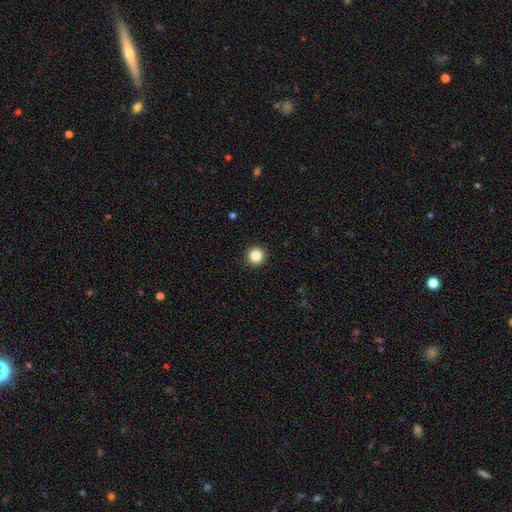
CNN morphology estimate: Smooth or featured: smooth — 86% (star or artifact — 11%)
How rounded: round — 96% (in between — 3%)
Merging: none — 93% (minor disturbance — 5%)